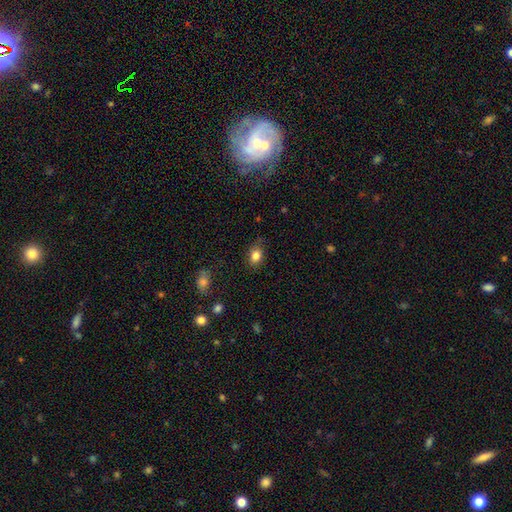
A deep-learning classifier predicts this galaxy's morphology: Smooth or featured? Predicted: smooth (p=0.84). How rounded? Predicted: in between (p=0.67). Merging? Predicted: none (p=0.79).